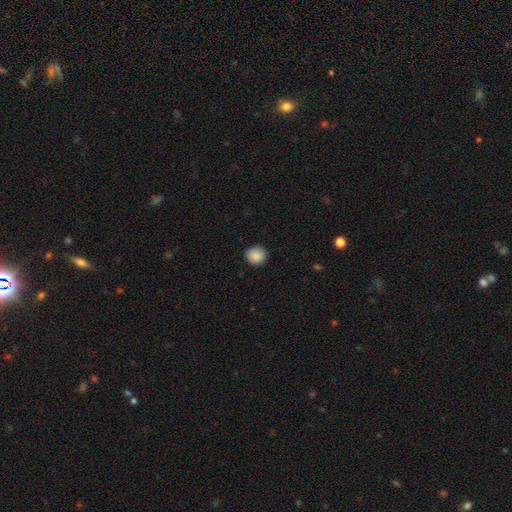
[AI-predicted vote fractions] Smooth or featured: smooth — 88% (star or artifact — 8%)
How rounded: round — 92% (in between — 7%)
Merging: none — 89% (minor disturbance — 8%)